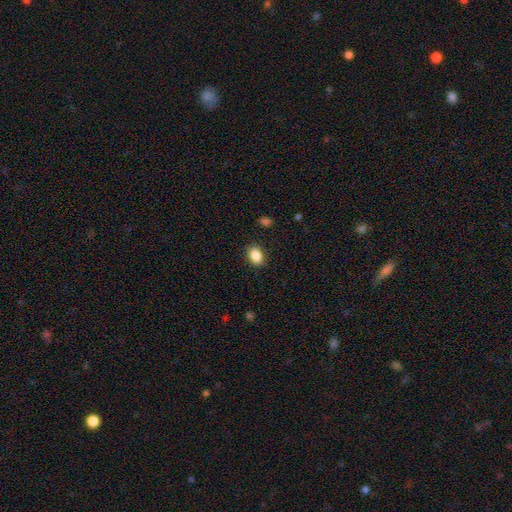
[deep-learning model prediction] This is clearly a smooth galaxy (89%). How rounded: likely in between (77%). Merging: clearly none (87%).